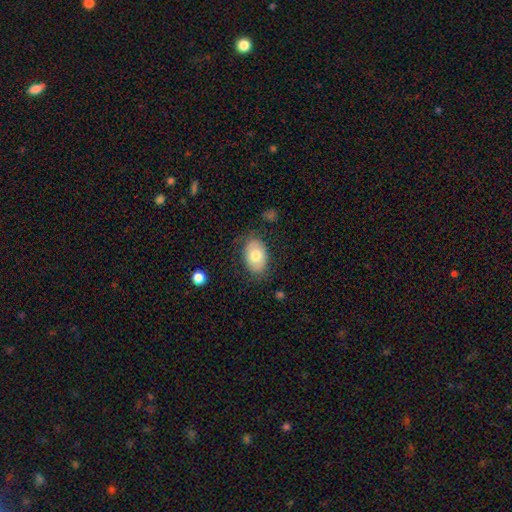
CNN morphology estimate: Smooth or featured? Predicted: smooth (p=0.73). How rounded? Predicted: in between (p=0.87). Merging? Predicted: none (p=0.79).